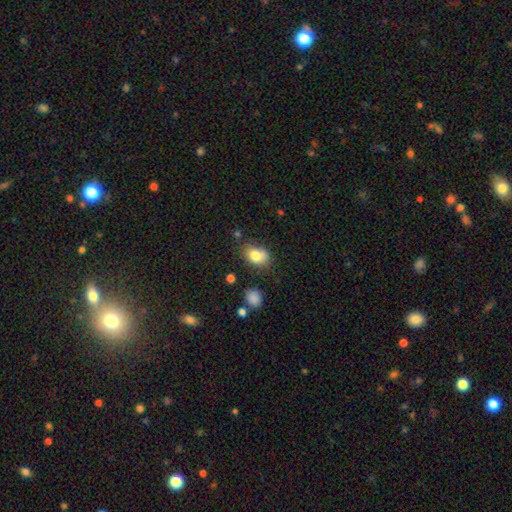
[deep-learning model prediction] Smooth or featured: smooth — 82% (star or artifact — 9%)
How rounded: in between — 75% (round — 24%)
Merging: none — 66% (minor disturbance — 23%)